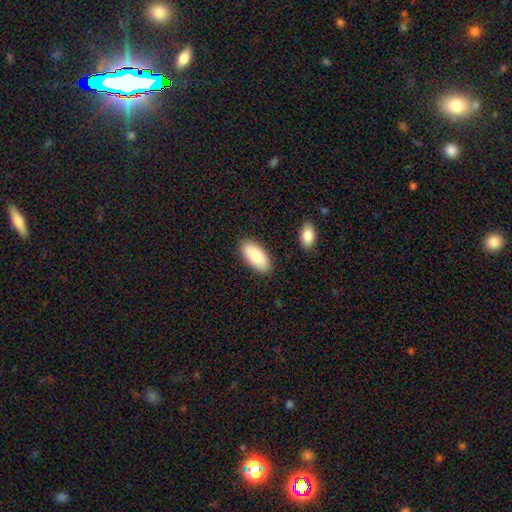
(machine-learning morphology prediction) The model was most divided on "smooth or featured": smooth: 85%, featured or disk: 10%, star or artifact: 6%. More confident: how rounded — in between (92%); merging — none (86%).